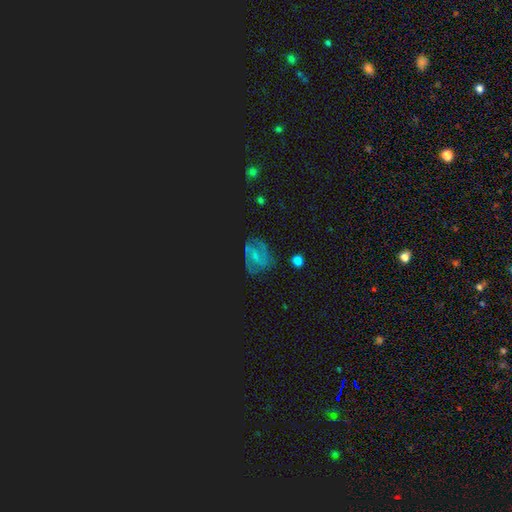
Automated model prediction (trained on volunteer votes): Morphology: type=featured or disk (56%); edge-on=no (97%); bar=weak (50%); spiral arms=yes (88%); bulge=small (60%); merging=none (75%).